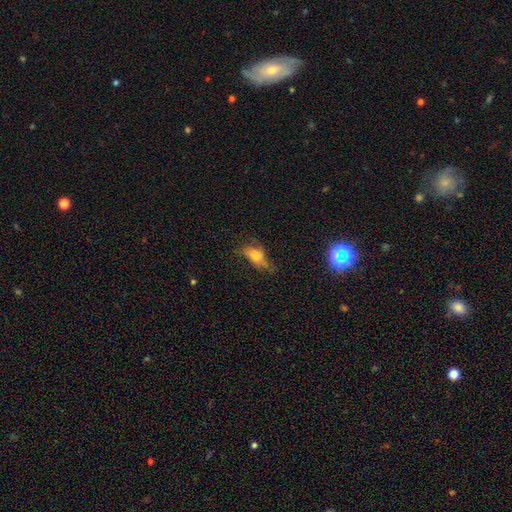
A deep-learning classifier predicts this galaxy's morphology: smooth 55%, featured or disk 31%, star or artifact 14%. Down the decision tree: how rounded — in between (75%); merging — none (42%).